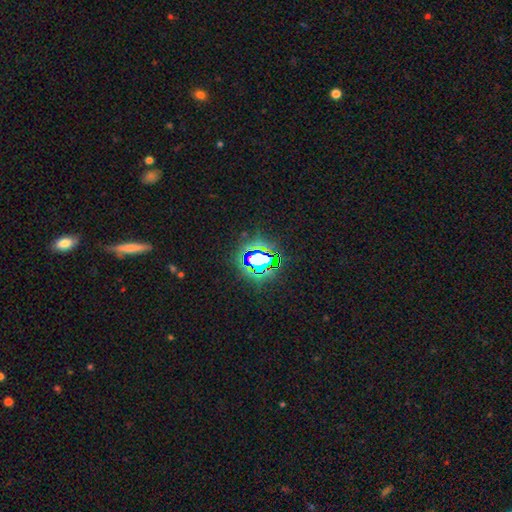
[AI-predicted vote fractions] Q: Smooth or featured?
A: star or artifact (79%); runner-up: smooth (13%)